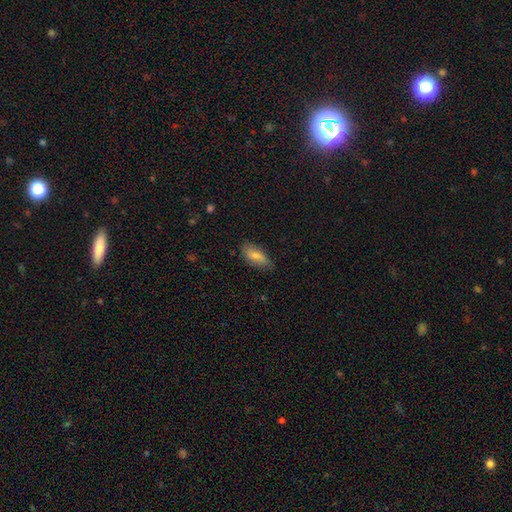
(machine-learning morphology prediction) A smooth galaxy with no disk features (78%) that is in between round and cigar-shaped (87%). Merging: none (74%).